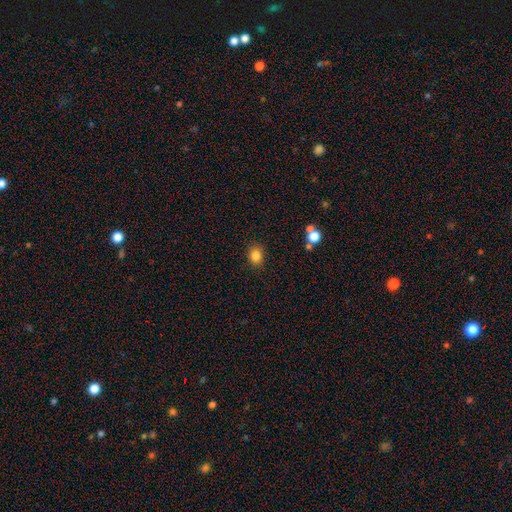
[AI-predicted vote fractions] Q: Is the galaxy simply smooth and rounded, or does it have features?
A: smooth — 83%.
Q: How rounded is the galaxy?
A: round — 56%.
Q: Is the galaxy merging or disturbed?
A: none — 86%.